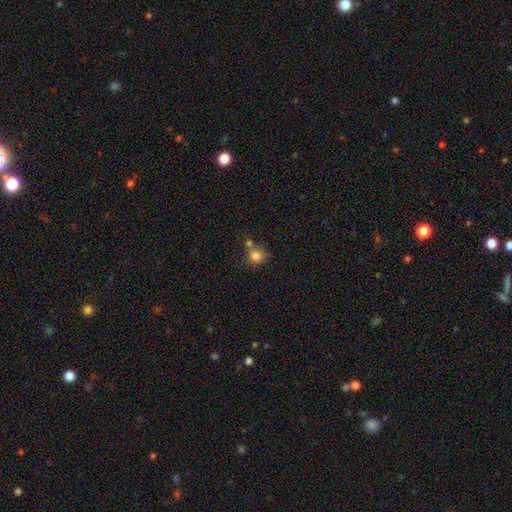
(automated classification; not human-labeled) This is clearly a smooth galaxy (81%). How rounded: clearly round (81%). Merging: possibly none (49%).